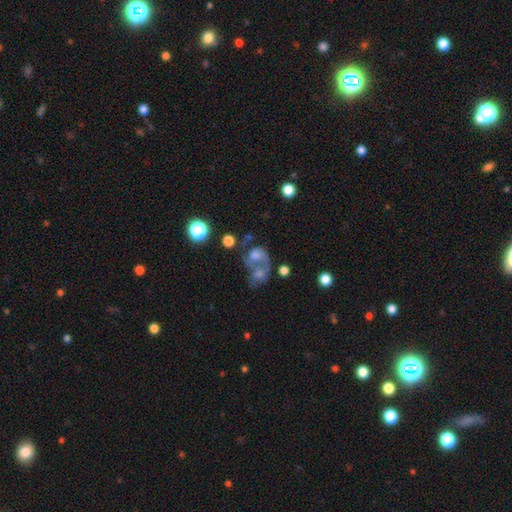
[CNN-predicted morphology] The model was most divided on "smooth or featured": smooth: 42%, featured or disk: 40%, star or artifact: 17%. More confident: merging — merger (52%).